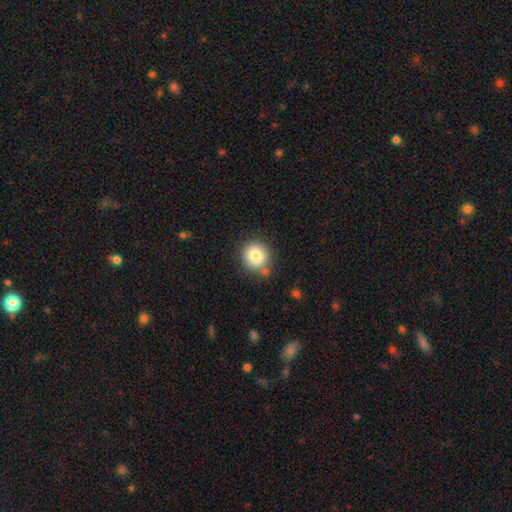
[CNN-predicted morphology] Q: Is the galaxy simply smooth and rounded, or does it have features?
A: smooth — 82%.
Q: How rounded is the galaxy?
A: round — 91%.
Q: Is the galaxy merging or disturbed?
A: none — 80%.